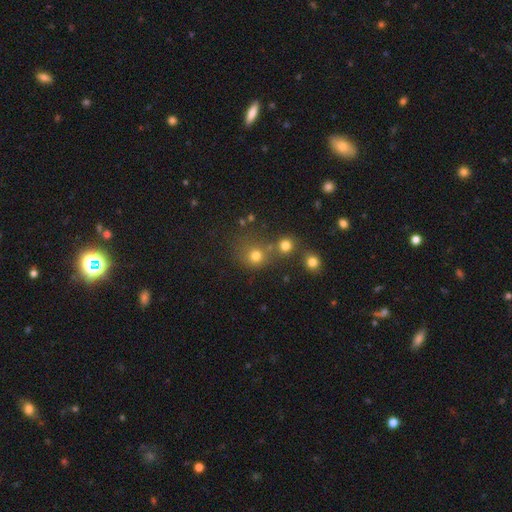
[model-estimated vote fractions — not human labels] smooth-or-featured: smooth: 73% | star or artifact: 18% | featured or disk: 8%
  how-rounded: round: 85% | in between: 14% | cigar-shaped: 1%
  merging: none: 59% | merger: 24% | minor disturbance: 11% | major disturbance: 6%